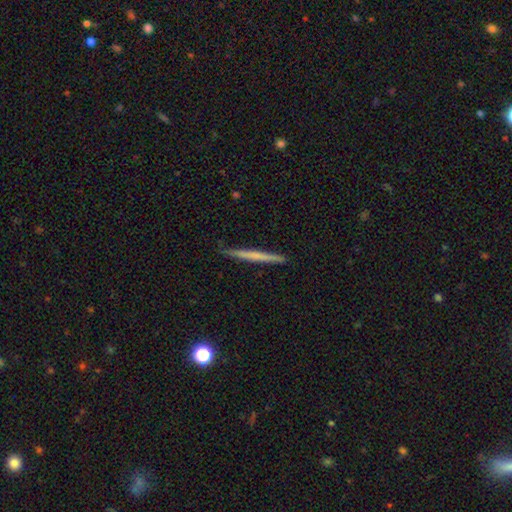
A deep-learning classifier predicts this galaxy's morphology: The model was most divided on "smooth or featured": smooth: 52%, featured or disk: 42%, star or artifact: 6%. More confident: how rounded — cigar-shaped (97%); merging — none (90%).